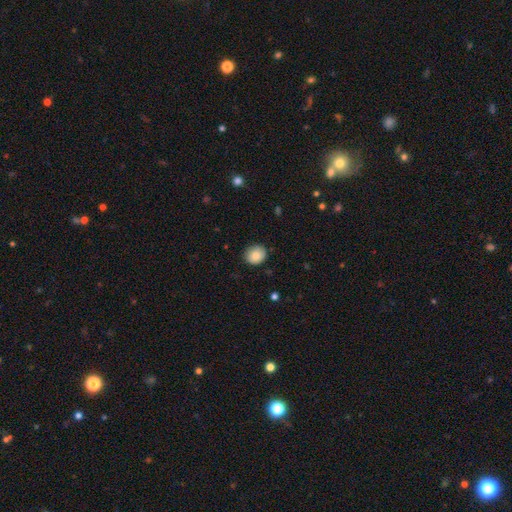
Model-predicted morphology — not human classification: A smooth galaxy with no disk features (83%) that is round (78%).

Vote fractions:
- Smooth or featured? smooth: 83% / featured or disk: 8% / star or artifact: 8%
- How rounded? round: 78% / in between: 21% / cigar-shaped: 1%
- Merging? none: 85% / minor disturbance: 12% / major disturbance: 2% / merger: 1%